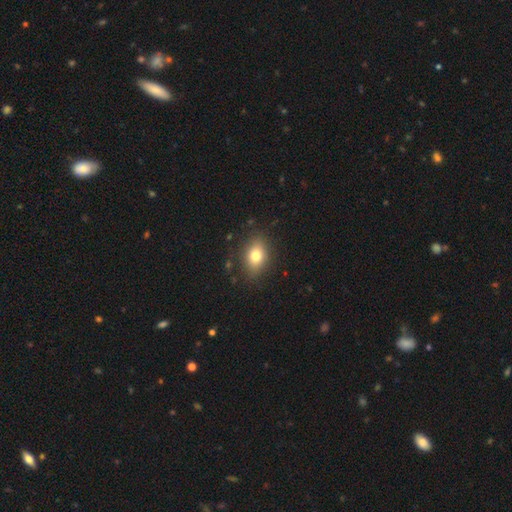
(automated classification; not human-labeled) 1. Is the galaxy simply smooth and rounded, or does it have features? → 77% smooth, 13% featured or disk, 10% star or artifact.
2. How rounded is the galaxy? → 74% in between, 24% round, 2% cigar-shaped.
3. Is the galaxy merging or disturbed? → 84% none, 11% minor disturbance, 3% major disturbance, 1% merger.